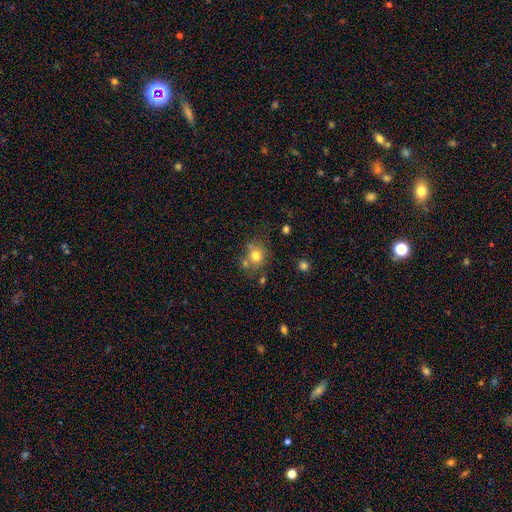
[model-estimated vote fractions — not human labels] Morphology: type=smooth (75%); roundness=round (78%); merging=none (61%).